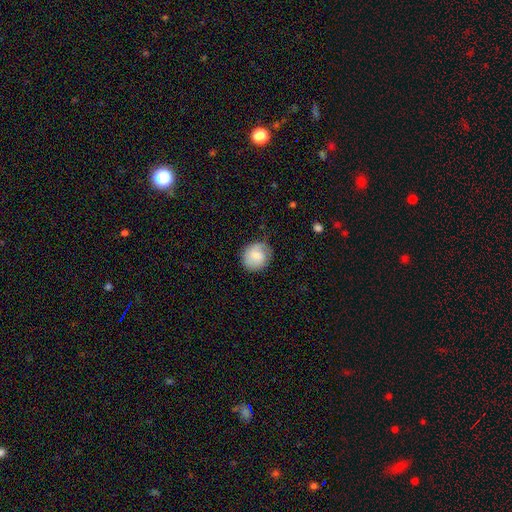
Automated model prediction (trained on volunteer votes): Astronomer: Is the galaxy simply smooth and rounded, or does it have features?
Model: smooth — 67%.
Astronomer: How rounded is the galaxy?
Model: round — 79%.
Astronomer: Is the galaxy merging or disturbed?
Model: none — 71%.